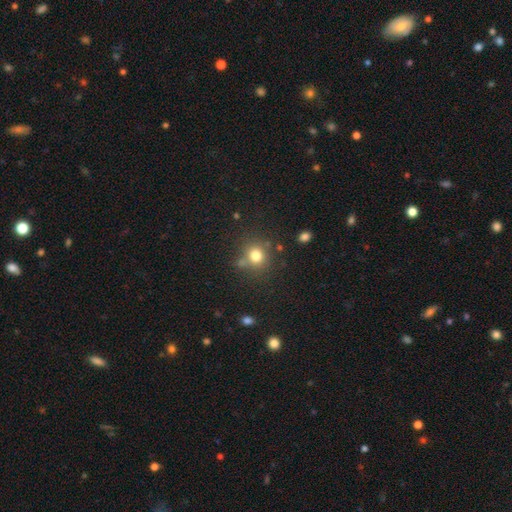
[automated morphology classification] A smooth galaxy with no disk features (77%) that is round (85%). Merging: none (73%).